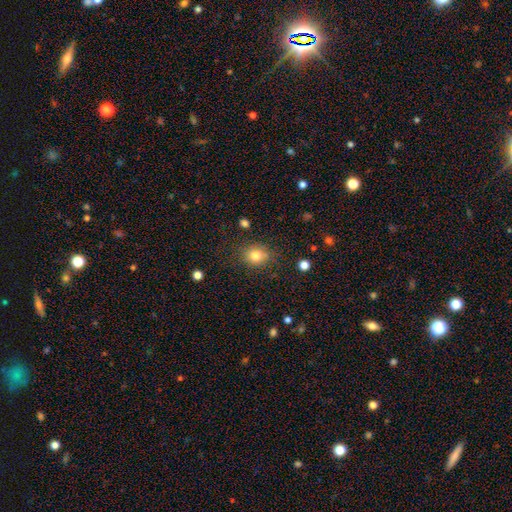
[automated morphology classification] Smooth or featured? Predicted: smooth (p=0.80). How rounded? Predicted: round (p=0.70). Merging? Predicted: none (p=0.78).